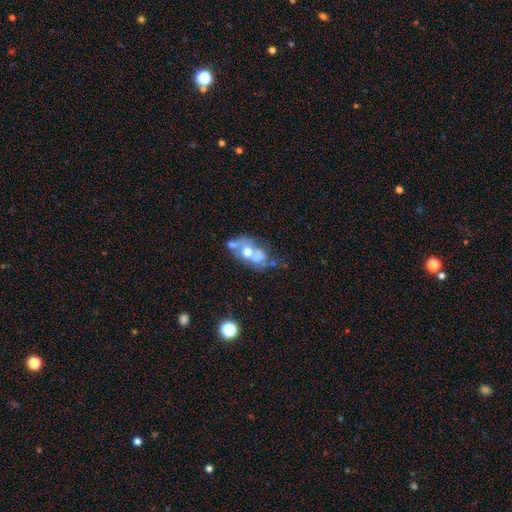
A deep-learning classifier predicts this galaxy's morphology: This is possibly a featured or disk galaxy (53%). It is clearly not viewed edge-on (94%). Merging: marginally merger (33%).